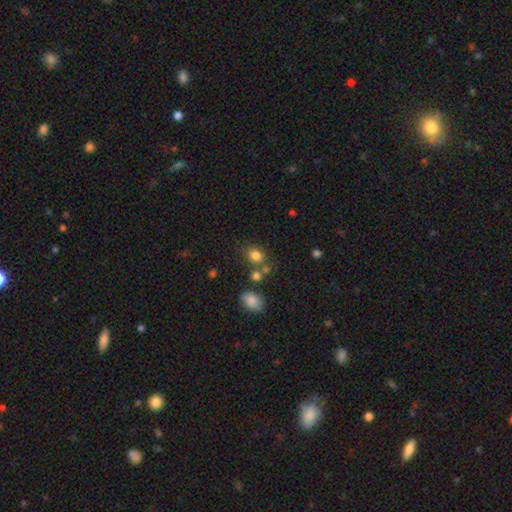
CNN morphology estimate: smooth_or_featured: smooth (p=0.80) [alt: star or artifact p=0.13]
how_rounded: round (p=0.59) [alt: in between p=0.39]
merging: none (p=0.64) [alt: merger p=0.17]